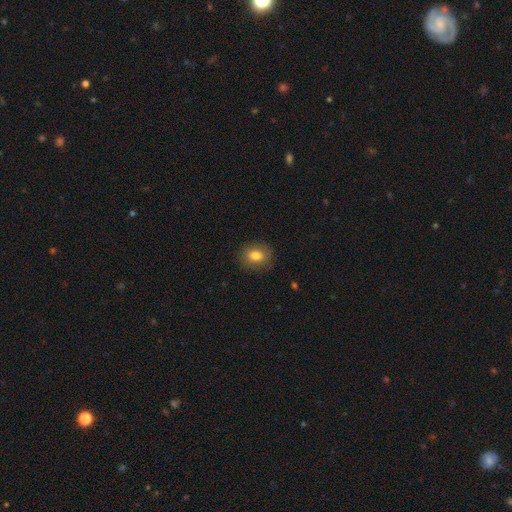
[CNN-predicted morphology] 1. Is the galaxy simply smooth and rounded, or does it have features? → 80% smooth, 11% featured or disk, 9% star or artifact.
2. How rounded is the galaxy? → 54% round, 45% in between, 1% cigar-shaped.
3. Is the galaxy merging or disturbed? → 86% none, 10% minor disturbance, 3% major disturbance, 1% merger.